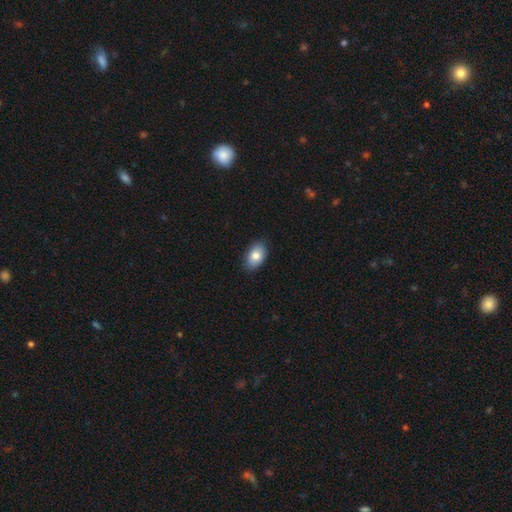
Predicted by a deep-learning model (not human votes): Smooth or featured? smooth (82%)
How rounded? in between (90%)
Merging? none (87%)